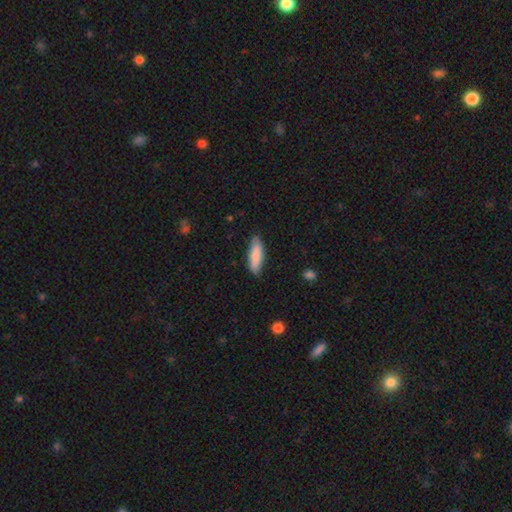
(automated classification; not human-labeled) smooth 85%, featured or disk 10%, star or artifact 5%. Down the decision tree: how rounded — cigar-shaped (52%); merging — none (84%).